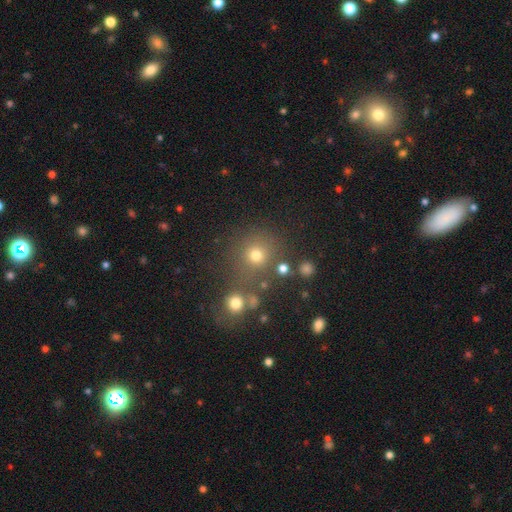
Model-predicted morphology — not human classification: Smooth or featured? Predicted: smooth (p=0.72). How rounded? Predicted: round (p=0.89). Merging? Predicted: none (p=0.70).